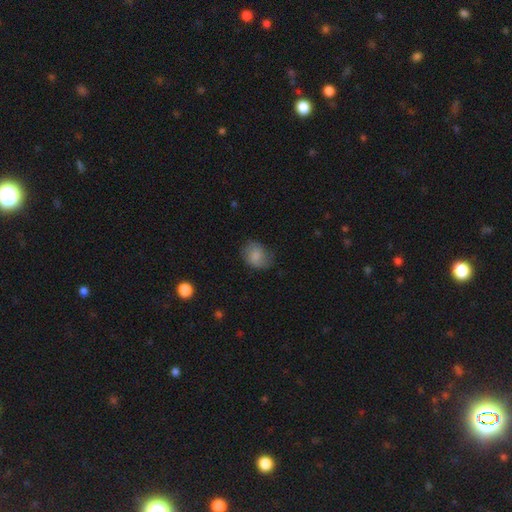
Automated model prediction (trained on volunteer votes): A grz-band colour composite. It shows a smooth galaxy with no disk features (76%) that is in between round and cigar-shaped (53%). Merging: none (63%).